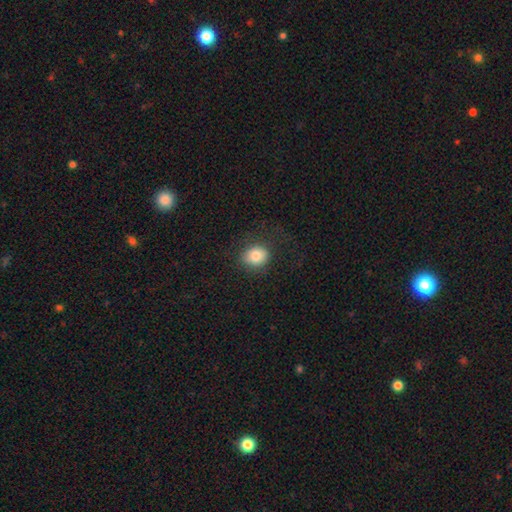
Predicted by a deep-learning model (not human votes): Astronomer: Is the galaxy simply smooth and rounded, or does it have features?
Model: smooth — 83%.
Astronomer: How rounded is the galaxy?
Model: round — 60% (runner-up: in between, 39%).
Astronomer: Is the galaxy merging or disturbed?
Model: none — 78%.